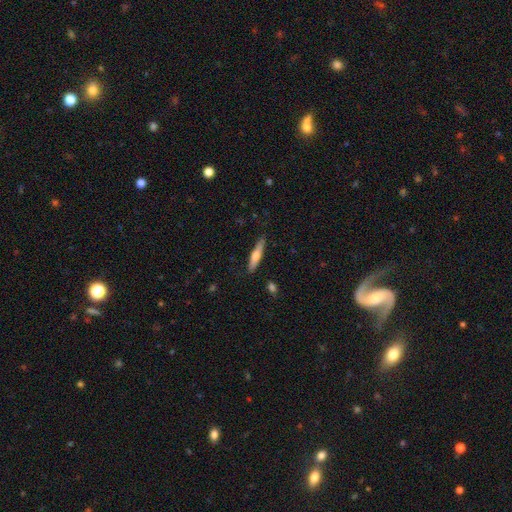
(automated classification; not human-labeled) Smooth or featured? Predicted: smooth (p=0.54). How rounded? Predicted: cigar-shaped (p=0.85). Merging? Predicted: none (p=0.85).